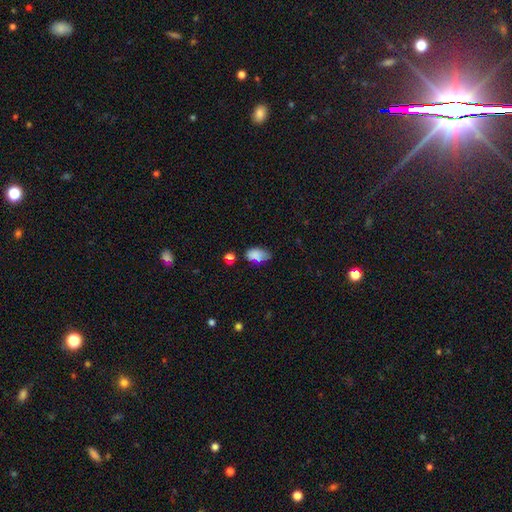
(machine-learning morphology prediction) smooth 79%, star or artifact 12%, featured or disk 9%. Down the decision tree: how rounded — in between (90%); merging — none (56%).